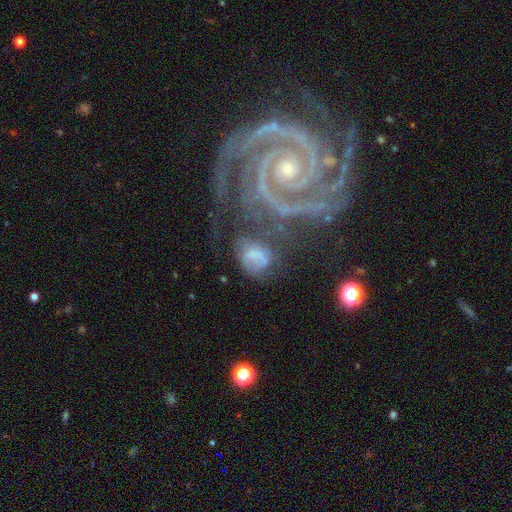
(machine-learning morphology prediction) type=featured or disk (50%); edge-on=no (96%); merging=none (34%).